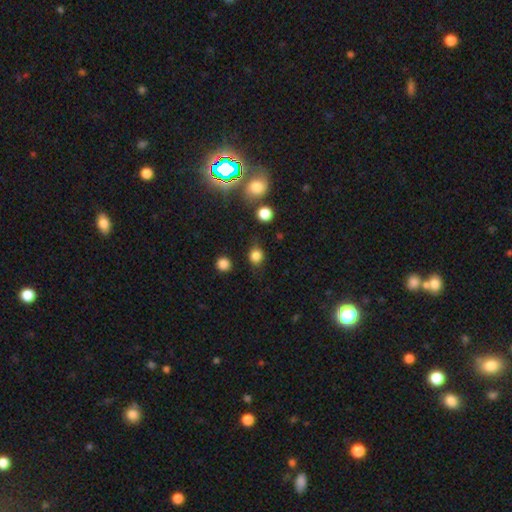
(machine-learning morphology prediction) Smooth or featured? Predicted: smooth (p=0.81). How rounded? Predicted: round (p=0.70). Merging? Predicted: none (p=0.76).